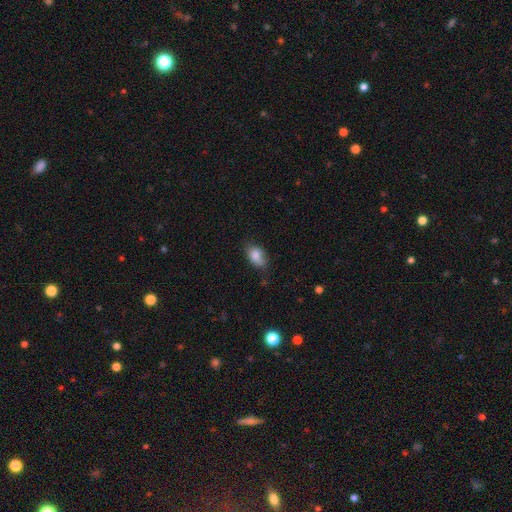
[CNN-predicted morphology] smooth_or_featured: smooth (p=0.84) [alt: star or artifact p=0.08]
how_rounded: in between (p=0.83) [alt: round p=0.16]
merging: none (p=0.56) [alt: minor disturbance p=0.34]